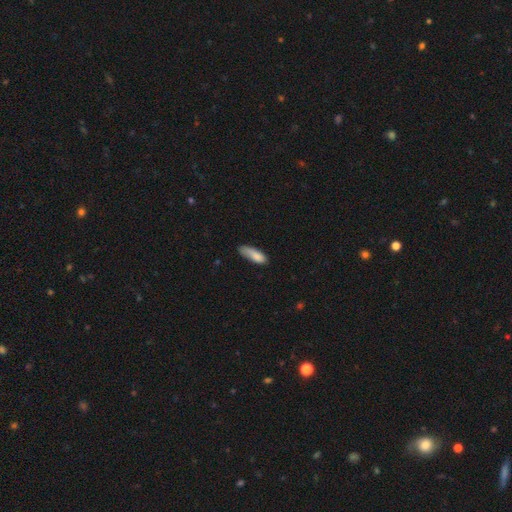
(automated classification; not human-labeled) smooth_or_featured: smooth (p=0.84) [alt: featured or disk p=0.10]
how_rounded: in between (p=0.53) [alt: cigar-shaped p=0.45]
merging: none (p=0.53) [alt: minor disturbance p=0.34]